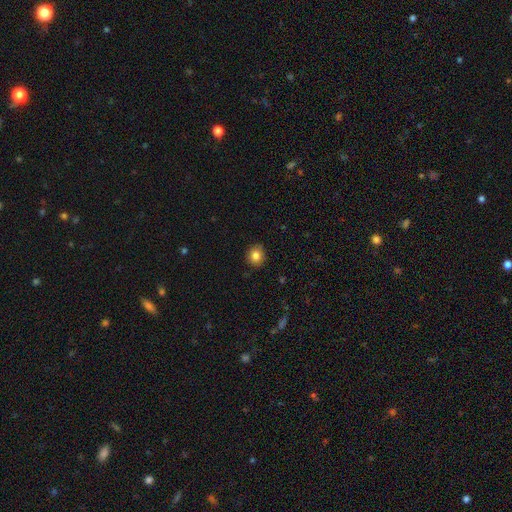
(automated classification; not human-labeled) Smooth or featured?
  - smooth: 84% *
  - star or artifact: 10%
  - featured or disk: 6%
How rounded?
  - round: 81% *
  - in between: 18%
  - cigar-shaped: 1%
Merging?
  - none: 88% *
  - minor disturbance: 9%
  - major disturbance: 2%
  - merger: 1%